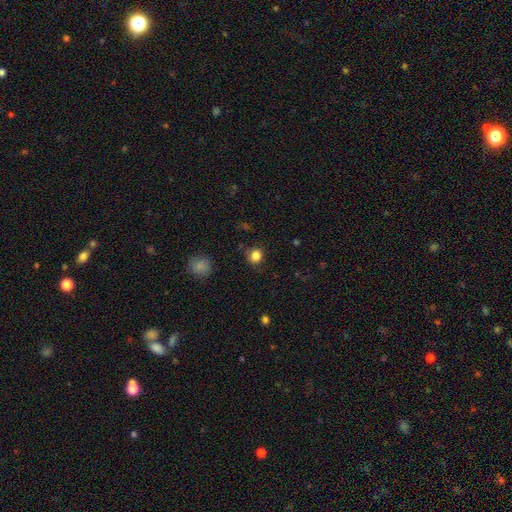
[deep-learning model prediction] A smooth galaxy with no disk features (84%) that is round (84%).

Vote fractions:
- Smooth or featured? smooth: 84% / star or artifact: 12% / featured or disk: 4%
- How rounded? round: 84% / in between: 15% / cigar-shaped: 1%
- Merging? none: 84% / minor disturbance: 11% / major disturbance: 3% / merger: 2%